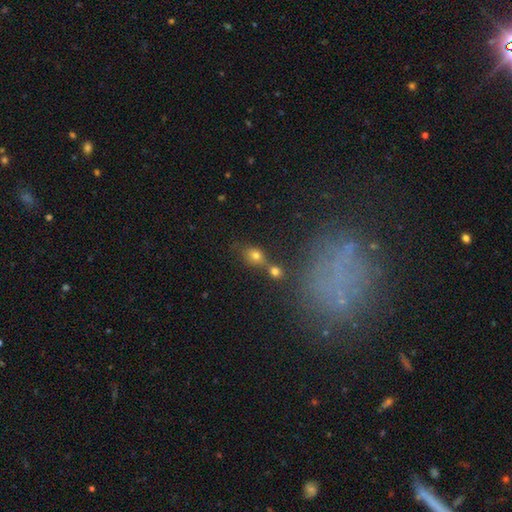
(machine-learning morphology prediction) Smooth or featured? smooth (60%)
How rounded? in between (54%)
Merging? none (57%)